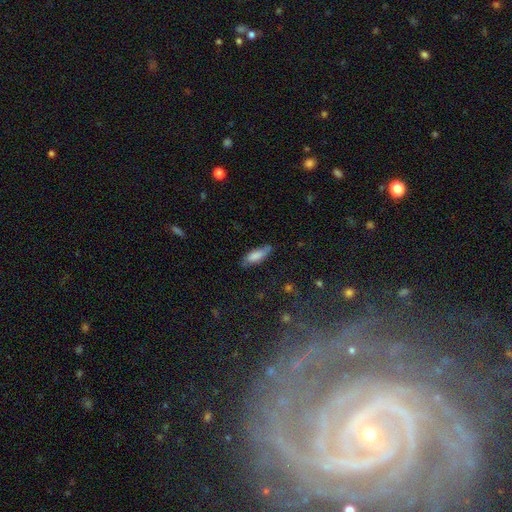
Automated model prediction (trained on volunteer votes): The model was most divided on "how rounded": in between: 57%, cigar-shaped: 42%, round: 2%. More confident: smooth or featured — smooth (79%); merging — none (70%).